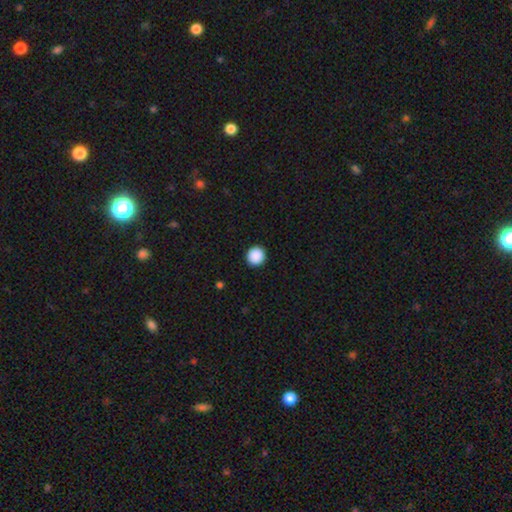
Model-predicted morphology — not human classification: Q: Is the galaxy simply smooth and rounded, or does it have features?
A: smooth — 90%.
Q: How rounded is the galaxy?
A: round — 95%.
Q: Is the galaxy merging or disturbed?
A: none — 93%.